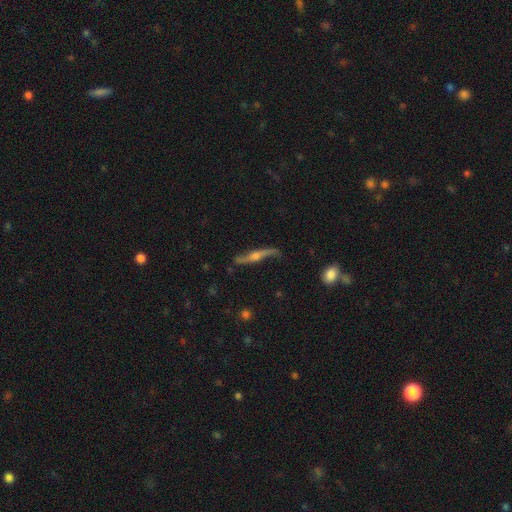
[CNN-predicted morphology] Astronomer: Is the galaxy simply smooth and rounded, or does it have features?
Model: featured or disk — 79%.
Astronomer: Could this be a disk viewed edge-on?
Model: yes — 67%.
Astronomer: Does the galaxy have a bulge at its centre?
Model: rounded — 88%.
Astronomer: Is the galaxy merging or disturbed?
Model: none — 69%.